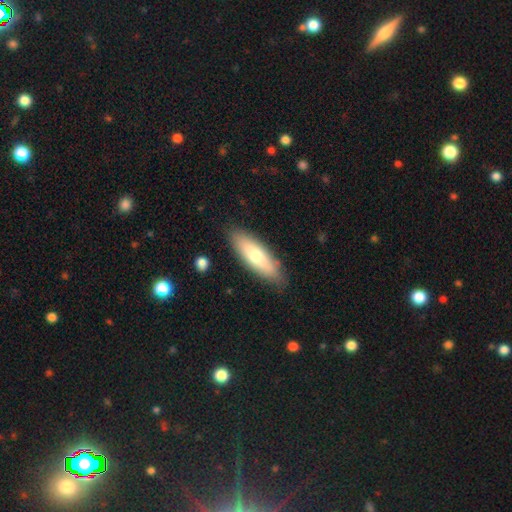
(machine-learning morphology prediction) A smooth galaxy with no disk features (66%) that is in between round and cigar-shaped (54%). Merging: none (85%).